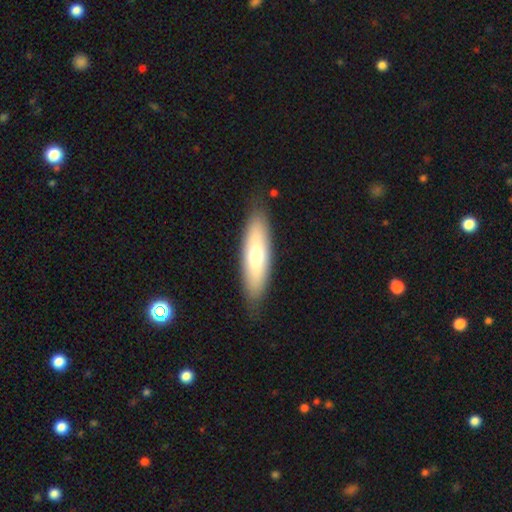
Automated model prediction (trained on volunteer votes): smooth-or-featured: smooth: 59% | featured or disk: 35% | star or artifact: 6%
  how-rounded: cigar-shaped: 63% | in between: 35% | round: 2%
  merging: none: 87% | minor disturbance: 10% | major disturbance: 2% | merger: 1%